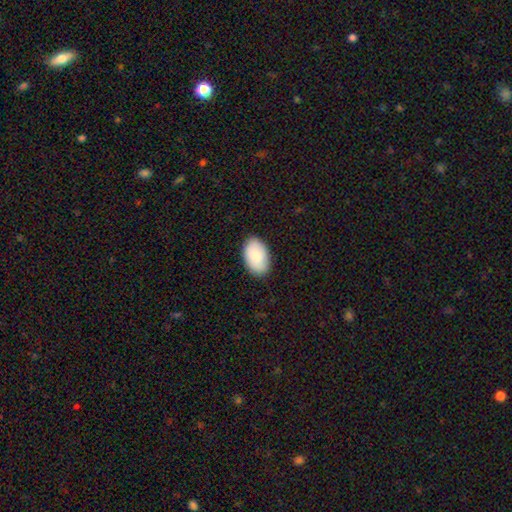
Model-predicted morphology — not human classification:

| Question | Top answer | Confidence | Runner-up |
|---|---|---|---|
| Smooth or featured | smooth | 86% | featured or disk (8%) |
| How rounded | in between | 94% | round (5%) |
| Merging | none | 86% | minor disturbance (11%) |